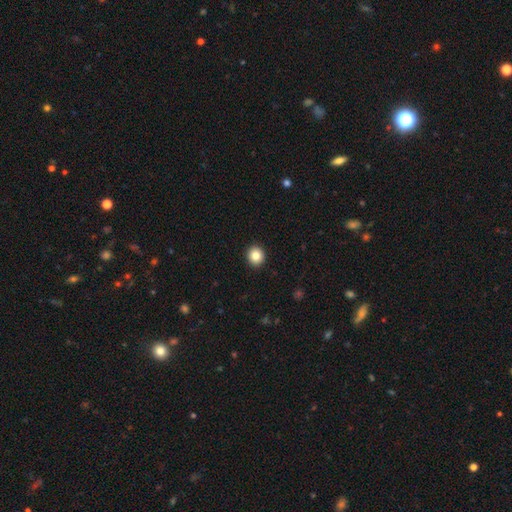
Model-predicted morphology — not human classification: Smooth or featured? smooth (85%)
How rounded? round (85%)
Merging? none (93%)